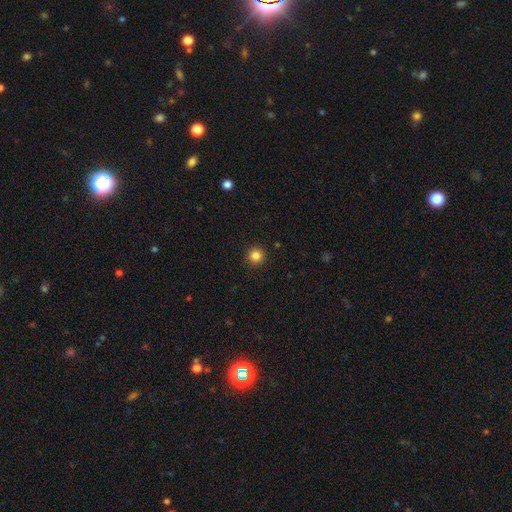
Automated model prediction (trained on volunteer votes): Q: Smooth or featured?
A: smooth (84%); runner-up: star or artifact (12%)
Q: How rounded?
A: round (95%); runner-up: in between (4%)
Q: Merging?
A: none (92%); runner-up: minor disturbance (5%)